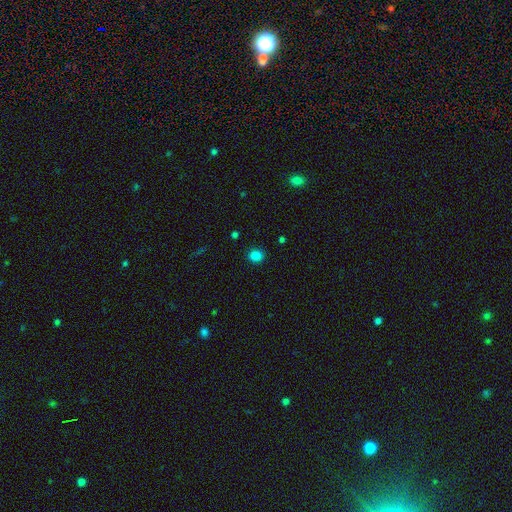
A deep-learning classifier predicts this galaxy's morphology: Smooth or featured? Predicted: smooth (p=0.83). How rounded? Predicted: round (p=0.72). Merging? Predicted: none (p=0.89).